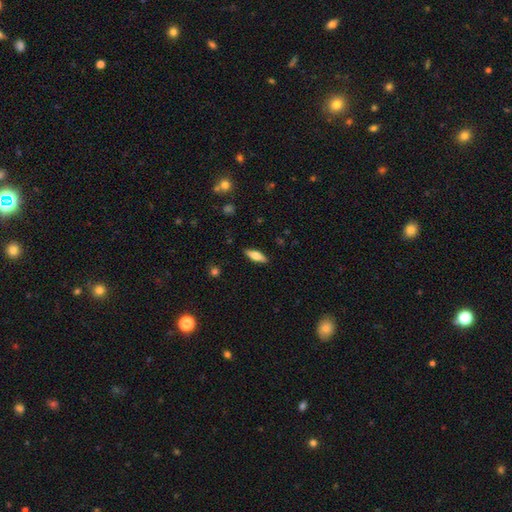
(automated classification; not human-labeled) Q: Smooth or featured?
A: smooth (55%); runner-up: featured or disk (38%)
Q: How rounded?
A: in between (54%); runner-up: cigar-shaped (44%)
Q: Merging?
A: none (89%); runner-up: minor disturbance (8%)